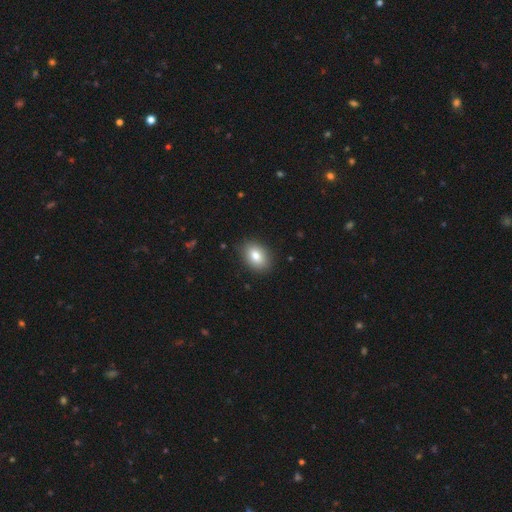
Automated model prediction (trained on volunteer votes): This is clearly a smooth galaxy (82%). How rounded: clearly in between (80%). Merging: clearly none (87%).